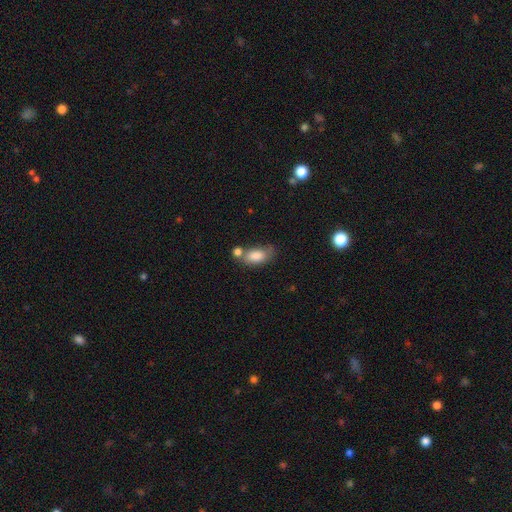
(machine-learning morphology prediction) A smooth galaxy with no disk features (83%) that is in between round and cigar-shaped (89%). Merging: none (43%).